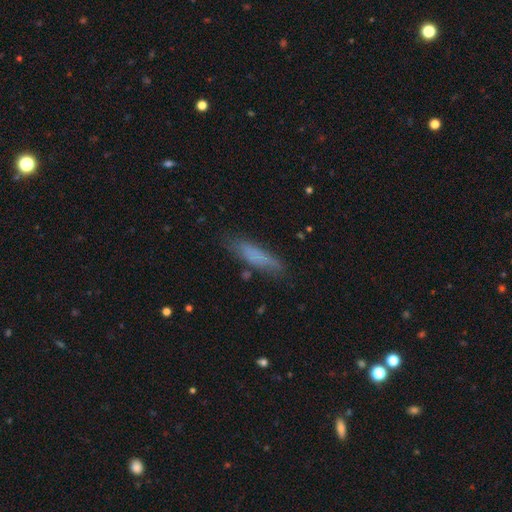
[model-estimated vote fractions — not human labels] This is likely a smooth galaxy (73%). How rounded: likely cigar-shaped (75%). Merging: likely none (73%).